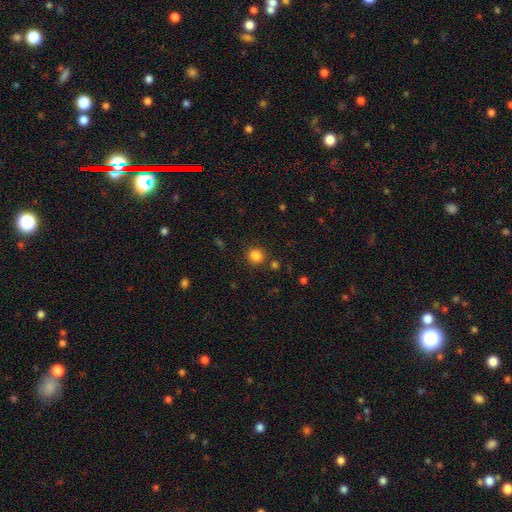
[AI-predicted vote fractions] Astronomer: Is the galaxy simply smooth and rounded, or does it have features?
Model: smooth — 84%.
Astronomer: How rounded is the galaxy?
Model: round — 85%.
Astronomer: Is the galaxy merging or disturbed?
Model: none — 84%.